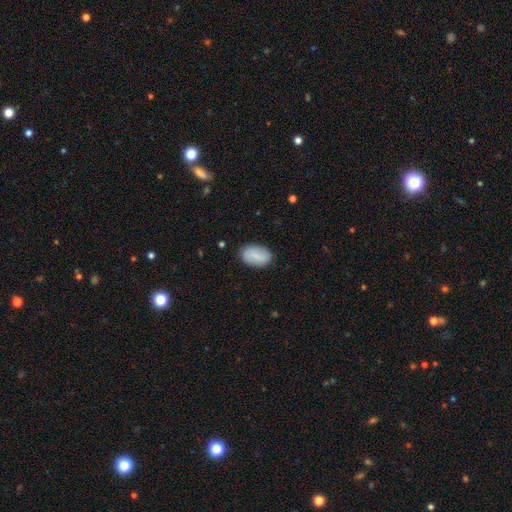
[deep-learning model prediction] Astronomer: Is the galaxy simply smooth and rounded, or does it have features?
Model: smooth — 75%.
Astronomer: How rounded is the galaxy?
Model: in between — 91%.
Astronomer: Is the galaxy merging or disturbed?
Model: none — 86%.